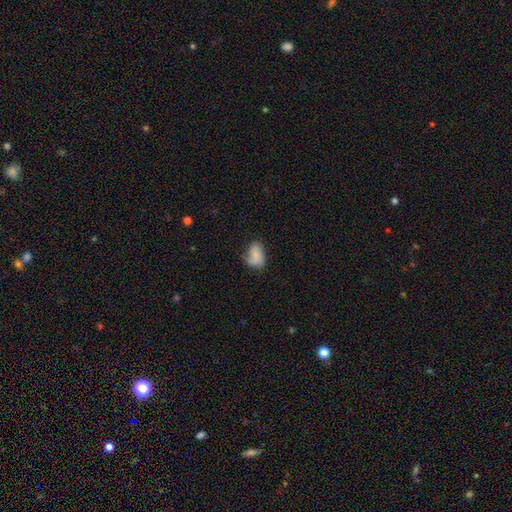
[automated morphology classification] Q: Smooth or featured?
A: smooth (63%); runner-up: featured or disk (28%)
Q: How rounded?
A: in between (86%); runner-up: round (13%)
Q: Merging?
A: none (44%); runner-up: minor disturbance (33%)